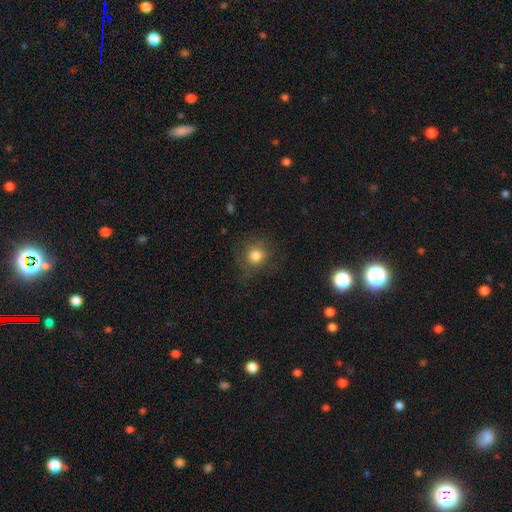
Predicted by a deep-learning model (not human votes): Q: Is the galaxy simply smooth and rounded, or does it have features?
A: smooth — 79%.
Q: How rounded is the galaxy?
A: round — 84%.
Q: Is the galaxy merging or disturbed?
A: none — 77%.